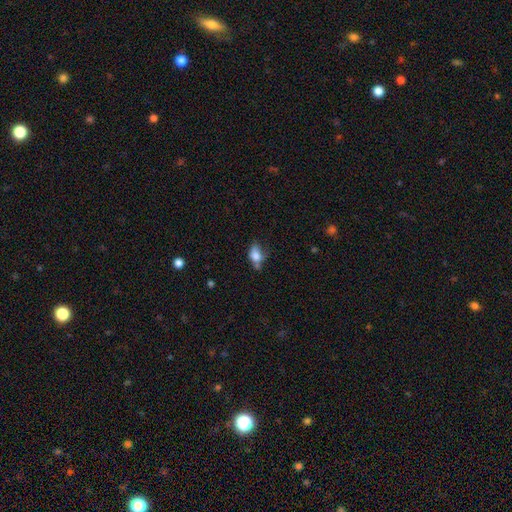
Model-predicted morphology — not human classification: smooth-or-featured: smooth: 74% | featured or disk: 16% | star or artifact: 10%
  how-rounded: in between: 77% | round: 19% | cigar-shaped: 4%
  merging: none: 35% | minor disturbance: 32% | merger: 17% | major disturbance: 17%